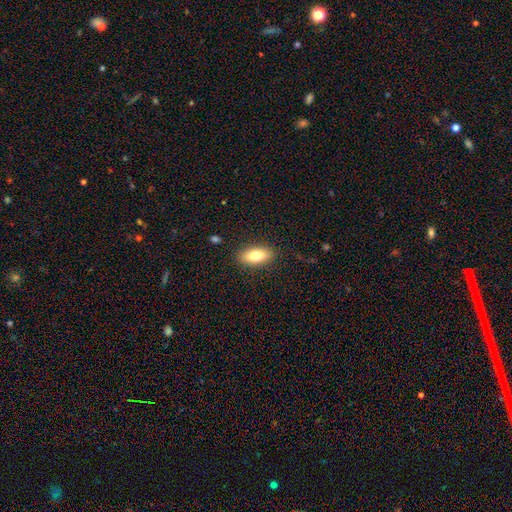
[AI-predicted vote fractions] This is likely a smooth galaxy (77%). How rounded: clearly in between (84%). Merging: clearly none (87%).